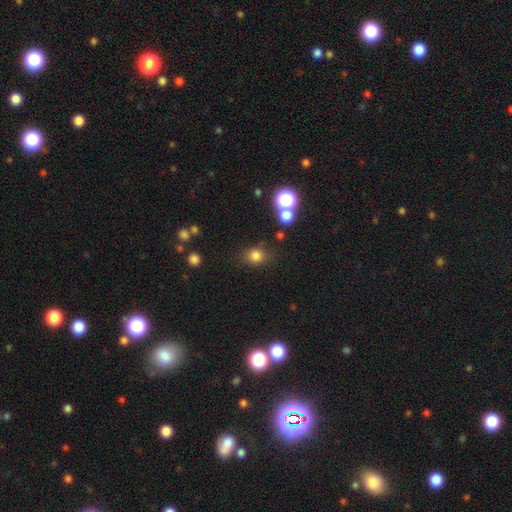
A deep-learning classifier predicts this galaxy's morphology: Q: Smooth or featured?
A: smooth (79%); runner-up: star or artifact (15%)
Q: How rounded?
A: round (73%); runner-up: in between (26%)
Q: Merging?
A: none (79%); runner-up: minor disturbance (12%)